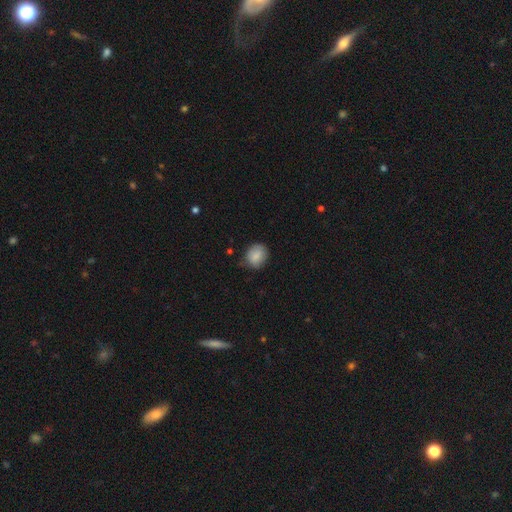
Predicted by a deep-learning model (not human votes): smooth_or_featured: smooth (p=0.85) [alt: featured or disk p=0.08]
how_rounded: round (p=0.65) [alt: in between p=0.34]
merging: none (p=0.74) [alt: minor disturbance p=0.21]